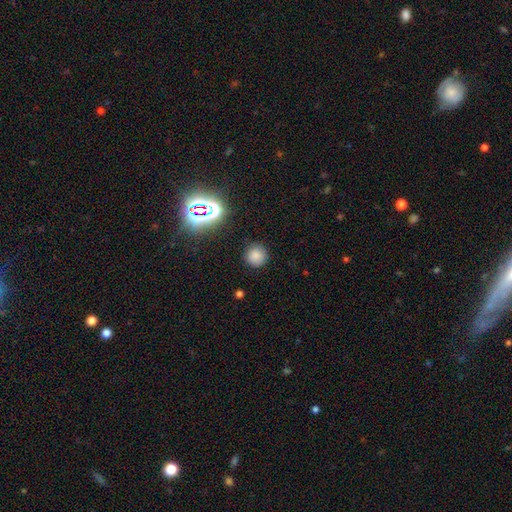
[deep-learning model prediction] Smooth or featured?
  - smooth: 78% *
  - star or artifact: 17%
  - featured or disk: 5%
How rounded?
  - round: 94% *
  - in between: 5%
  - cigar-shaped: 1%
Merging?
  - none: 89% *
  - minor disturbance: 7%
  - major disturbance: 3%
  - merger: 1%